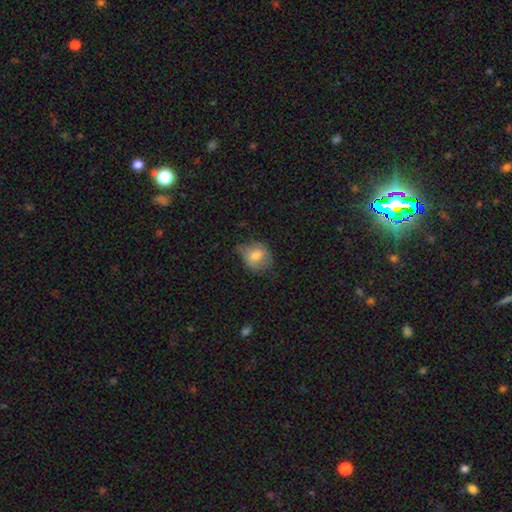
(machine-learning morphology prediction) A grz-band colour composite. It shows a smooth galaxy with no disk features (72%) that is round (65%). Merging: none (52%).